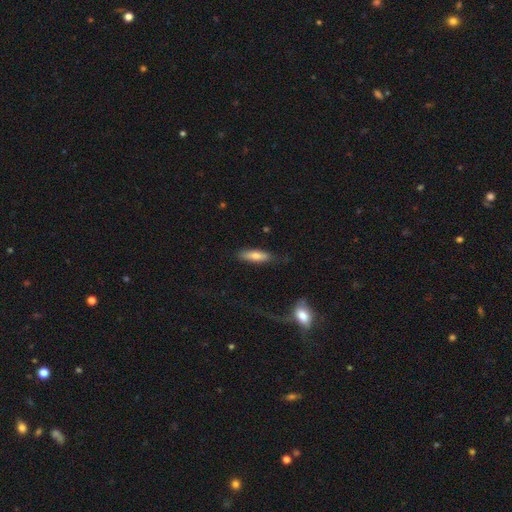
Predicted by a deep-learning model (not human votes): A smooth galaxy with no disk features (69%) that is cigar-shaped (58%).

Vote fractions:
- Smooth or featured? smooth: 69% / featured or disk: 25% / star or artifact: 6%
- How rounded? cigar-shaped: 58% / in between: 40% / round: 2%
- Merging? none: 72% / minor disturbance: 17% / major disturbance: 8% / merger: 3%